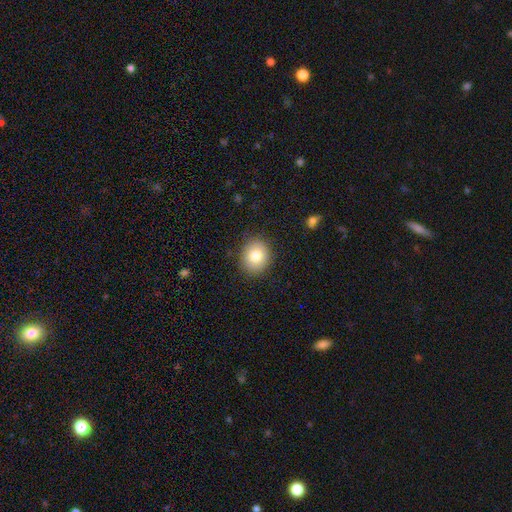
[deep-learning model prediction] Smooth or featured? smooth (81%)
How rounded? round (69%)
Merging? none (88%)